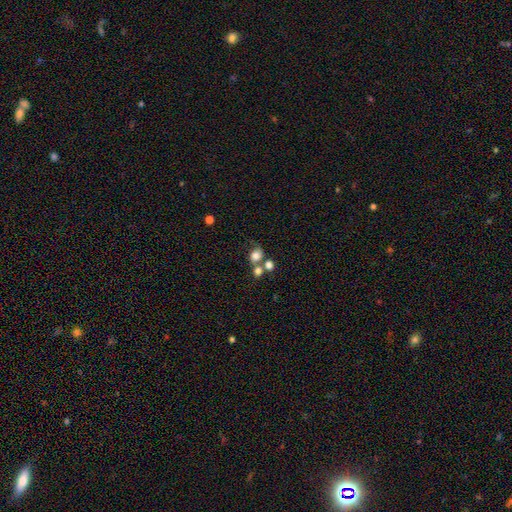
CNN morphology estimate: Smooth or featured: smooth — 75% (featured or disk — 13%)
How rounded: round — 61% (in between — 38%)
Merging: none — 42% (merger — 39%)